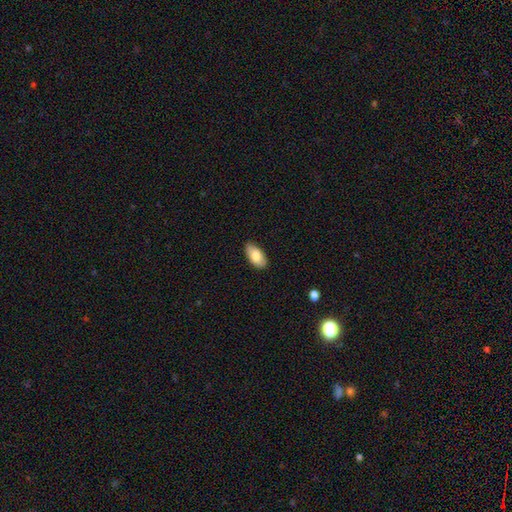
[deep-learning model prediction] smooth 82%, featured or disk 12%, star or artifact 6%. Down the decision tree: how rounded — in between (94%); merging — none (83%).